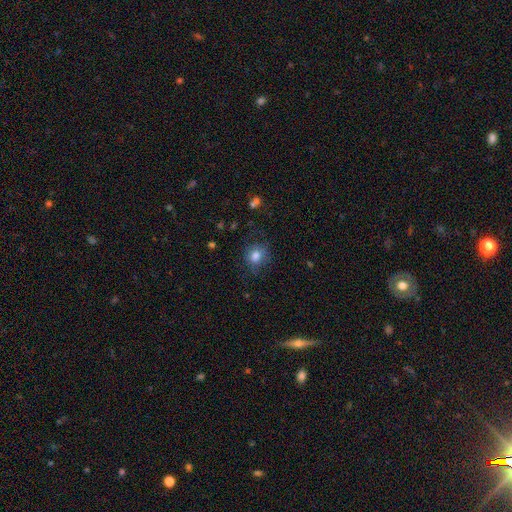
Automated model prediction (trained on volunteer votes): Morphology: type=smooth (81%); roundness=round (77%); merging=none (76%).